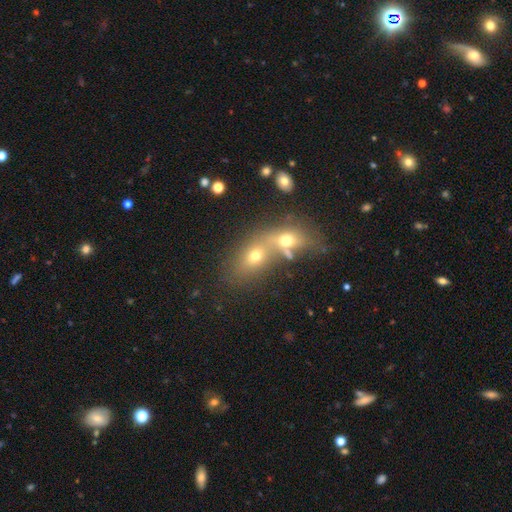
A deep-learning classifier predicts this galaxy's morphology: Q: Smooth or featured?
A: smooth (53%); runner-up: featured or disk (25%)
Q: How rounded?
A: in between (52%); runner-up: round (44%)
Q: Merging?
A: merger (71%); runner-up: none (20%)